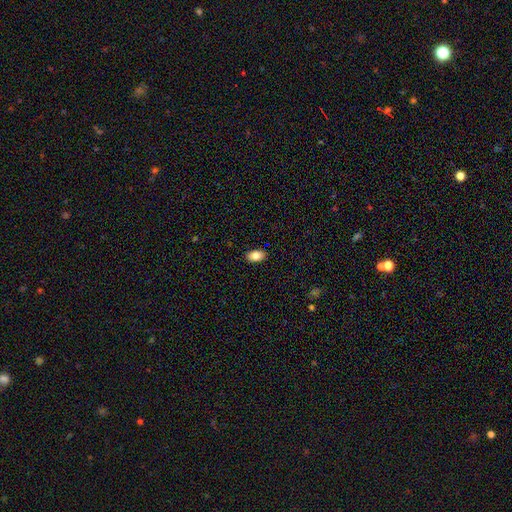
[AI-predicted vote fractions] The model was most divided on "smooth or featured": smooth: 83%, featured or disk: 9%, star or artifact: 8%. More confident: how rounded — in between (91%); merging — none (89%).